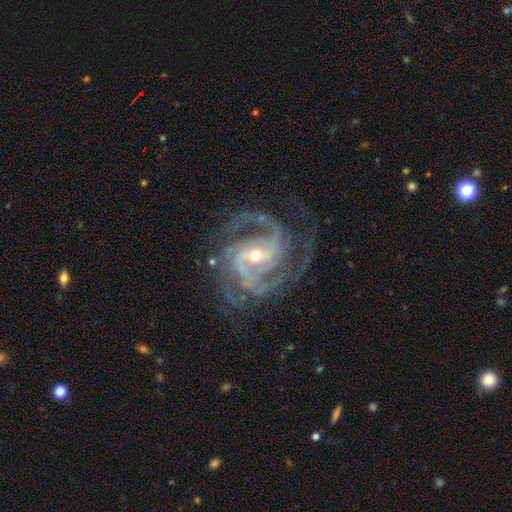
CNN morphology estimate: Overall: featured or disk (92%). Edge-on disk: no (98%). Bar: weak (42%; strong 36%). Spiral arms: yes (98%). Spiral arm count: 2 (40%; 3 31%). Spiral winding: medium (55%; tight 33%). Bulge size: small (53%; moderate 43%). Merging: none (69%).